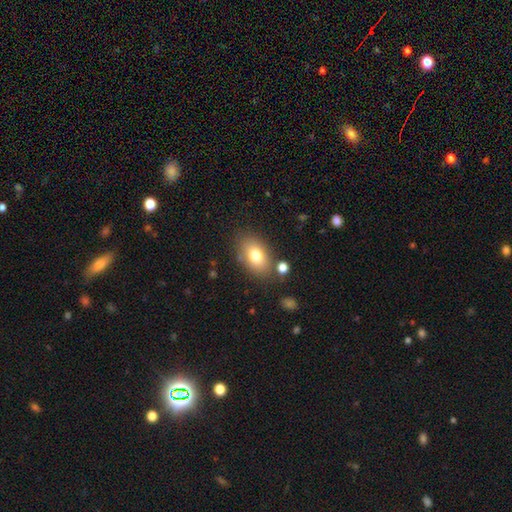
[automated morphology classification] A smooth galaxy with no disk features (76%) that is in between round and cigar-shaped (85%). Merging: none (77%).